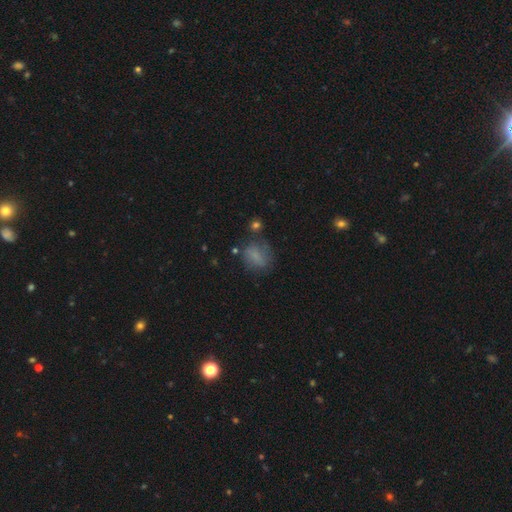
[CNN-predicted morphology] A smooth galaxy with no disk features (65%) that is round (50%).

Vote fractions:
- Smooth or featured? smooth: 65% / featured or disk: 21% / star or artifact: 13%
- How rounded? round: 50% / in between: 48% / cigar-shaped: 2%
- Merging? none: 58% / minor disturbance: 23% / major disturbance: 13% / merger: 6%